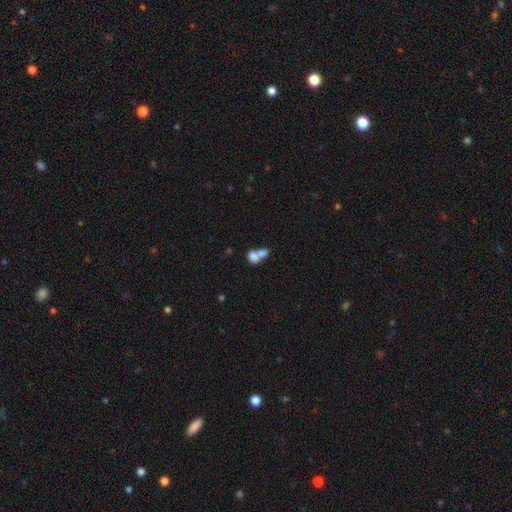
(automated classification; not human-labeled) Smooth or featured? smooth (75%)
How rounded? in between (62%)
Merging? merger (72%)